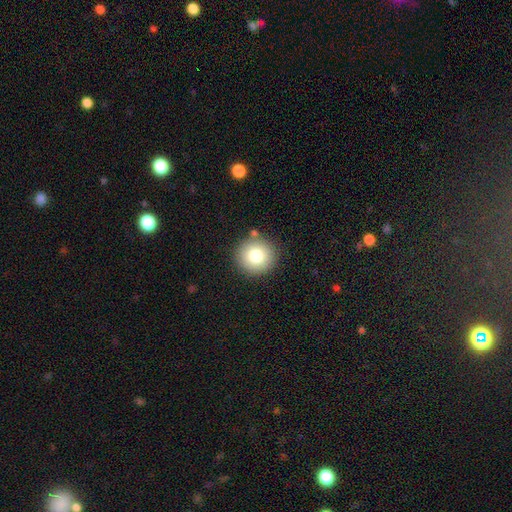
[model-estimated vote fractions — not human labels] A smooth galaxy with no disk features (80%) that is round (94%).

Vote fractions:
- Smooth or featured? smooth: 80% / star or artifact: 10% / featured or disk: 10%
- How rounded? round: 94% / in between: 6% / cigar-shaped: 1%
- Merging? none: 86% / minor disturbance: 8% / merger: 4% / major disturbance: 2%